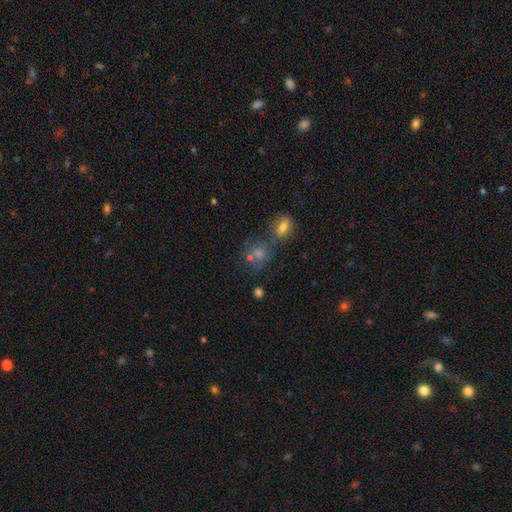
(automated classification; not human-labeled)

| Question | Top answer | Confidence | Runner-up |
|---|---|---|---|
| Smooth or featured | smooth | 52% | star or artifact (32%) |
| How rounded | round | 77% | in between (21%) |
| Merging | none | 51% | merger (35%) |